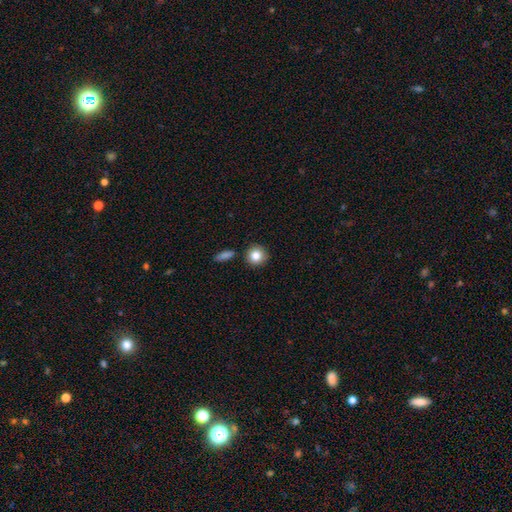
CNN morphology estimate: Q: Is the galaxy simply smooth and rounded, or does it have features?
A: smooth — 84%.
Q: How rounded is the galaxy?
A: round — 91%.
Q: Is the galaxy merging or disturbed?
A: none — 86%.